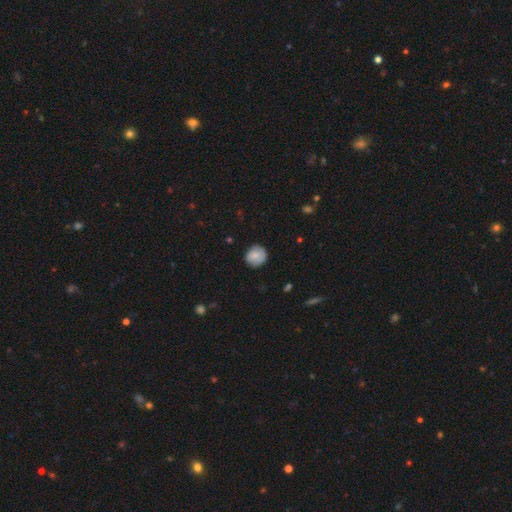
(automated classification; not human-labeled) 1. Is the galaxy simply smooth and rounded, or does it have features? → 78% smooth, 15% featured or disk, 7% star or artifact.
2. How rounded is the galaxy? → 87% round, 12% in between, 1% cigar-shaped.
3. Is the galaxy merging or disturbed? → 81% none, 15% minor disturbance, 3% major disturbance, 1% merger.